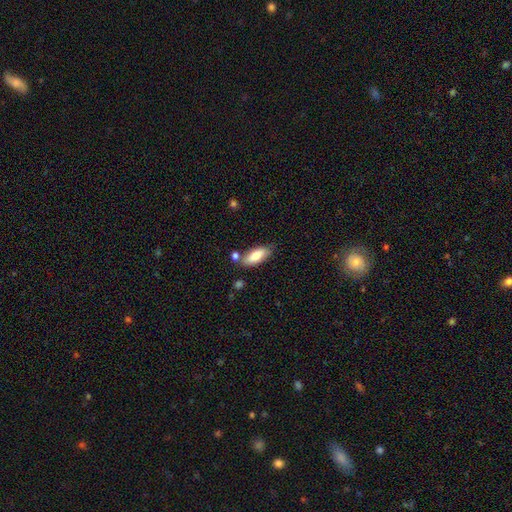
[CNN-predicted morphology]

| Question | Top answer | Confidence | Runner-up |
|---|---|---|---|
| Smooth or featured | smooth | 79% | featured or disk (14%) |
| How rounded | in between | 78% | cigar-shaped (20%) |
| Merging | none | 70% | minor disturbance (16%) |